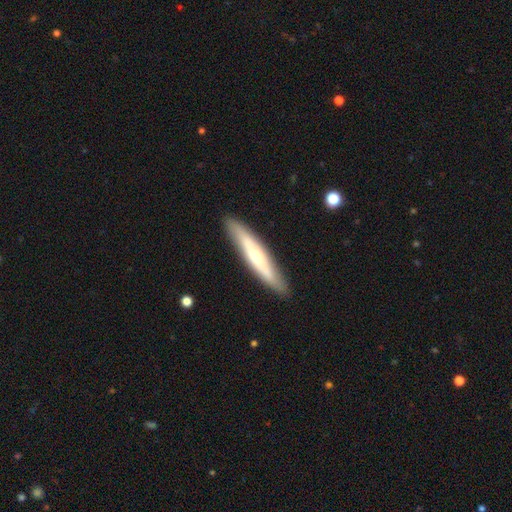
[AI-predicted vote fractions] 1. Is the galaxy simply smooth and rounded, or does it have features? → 51% featured or disk, 44% smooth, 5% star or artifact.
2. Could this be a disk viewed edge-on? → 81% yes, 19% no.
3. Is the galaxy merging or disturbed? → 89% none, 8% minor disturbance, 2% major disturbance, 1% merger.